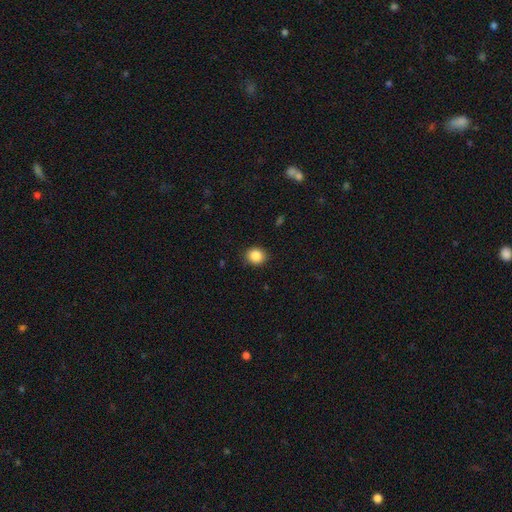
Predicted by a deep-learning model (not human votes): Q: Smooth or featured?
A: smooth (87%); runner-up: star or artifact (9%)
Q: How rounded?
A: round (75%); runner-up: in between (24%)
Q: Merging?
A: none (89%); runner-up: minor disturbance (8%)